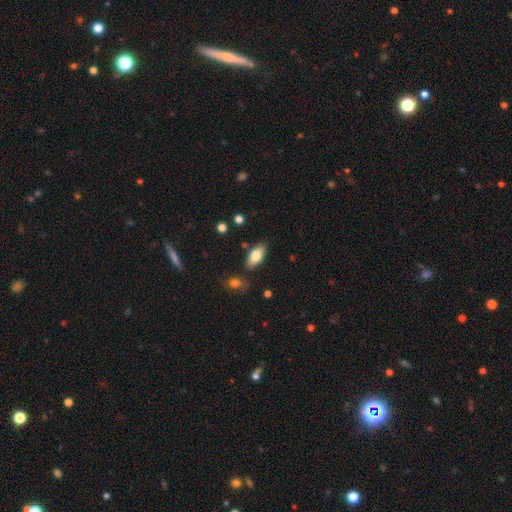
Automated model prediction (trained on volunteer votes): Q: Smooth or featured?
A: smooth (80%); runner-up: featured or disk (13%)
Q: How rounded?
A: in between (91%); runner-up: cigar-shaped (6%)
Q: Merging?
A: none (79%); runner-up: minor disturbance (13%)